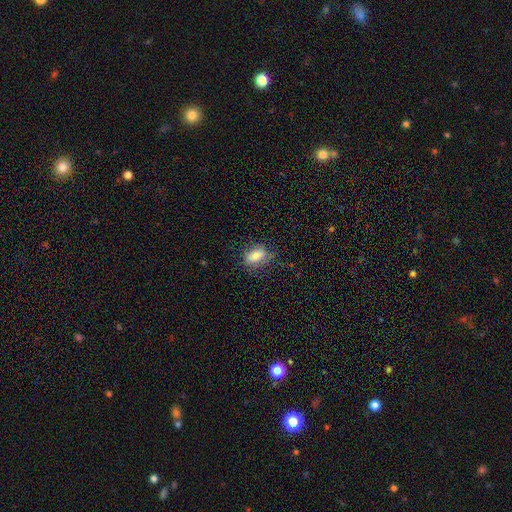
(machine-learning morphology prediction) A smooth galaxy with no disk features (75%) that is in between round and cigar-shaped (82%). Merging: none (70%).